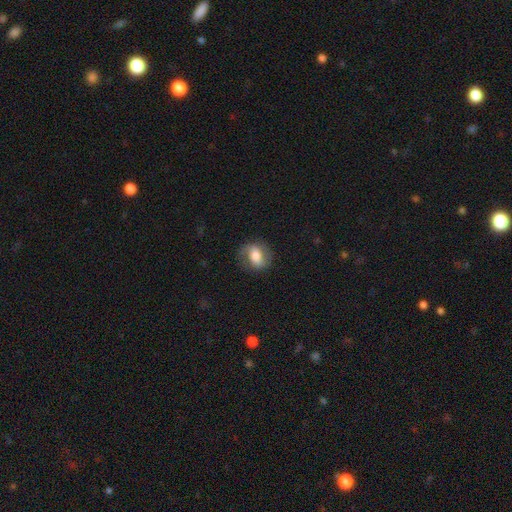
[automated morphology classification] Smooth or featured: smooth — 48% (featured or disk — 45%)
Merging: none — 75% (minor disturbance — 16%)